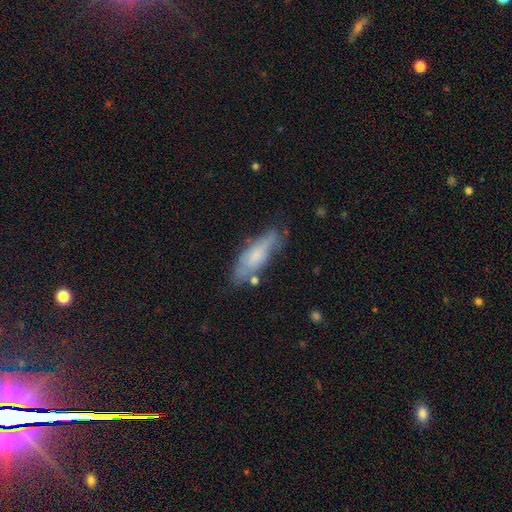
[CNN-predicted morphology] Smooth or featured? Predicted: smooth (p=0.57). How rounded? Predicted: in between (p=0.51). Merging? Predicted: none (p=0.61).